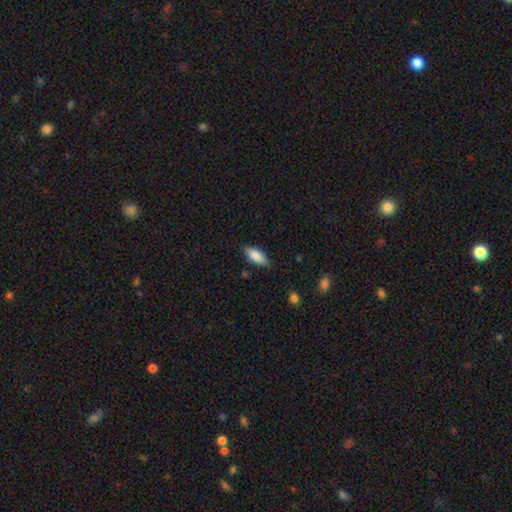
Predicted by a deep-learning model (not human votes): Smooth or featured? Predicted: smooth (p=0.81). How rounded? Predicted: in between (p=0.82). Merging? Predicted: none (p=0.81).